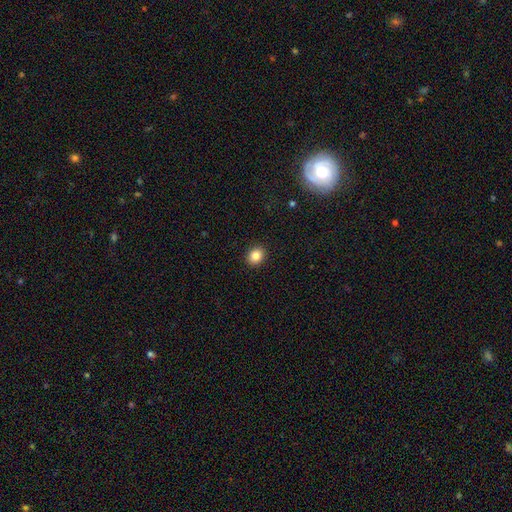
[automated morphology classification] Q: Smooth or featured?
A: smooth (85%); runner-up: star or artifact (10%)
Q: How rounded?
A: round (64%); runner-up: in between (35%)
Q: Merging?
A: none (92%); runner-up: minor disturbance (6%)